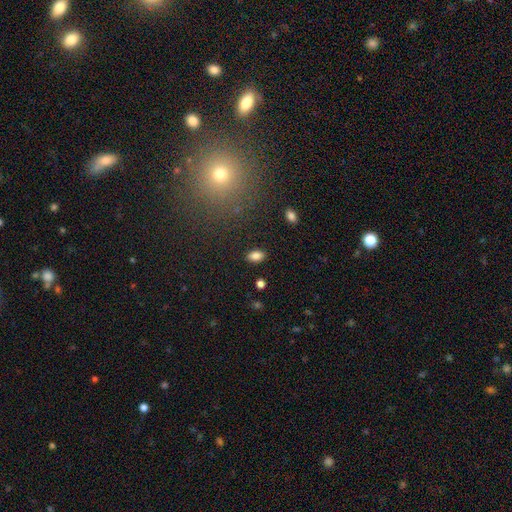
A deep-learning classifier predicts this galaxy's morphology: smooth_or_featured: smooth (p=0.85) [alt: star or artifact p=0.09]
how_rounded: in between (p=0.91) [alt: round p=0.07]
merging: none (p=0.87) [alt: minor disturbance p=0.09]